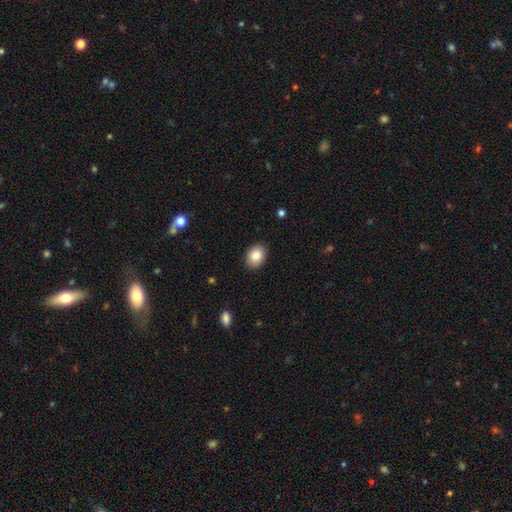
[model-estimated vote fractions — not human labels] Smooth or featured? Predicted: smooth (p=0.86). How rounded? Predicted: in between (p=0.66). Merging? Predicted: none (p=0.89).